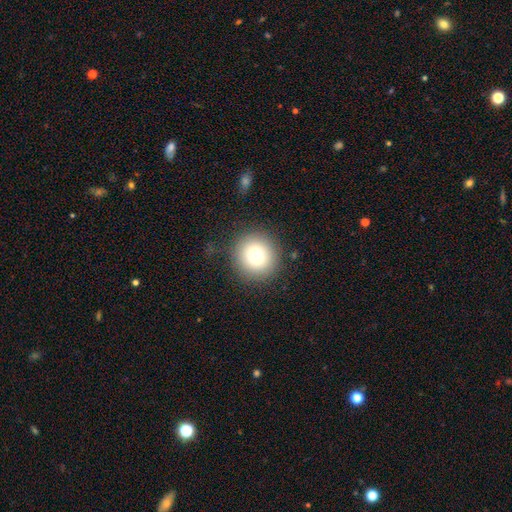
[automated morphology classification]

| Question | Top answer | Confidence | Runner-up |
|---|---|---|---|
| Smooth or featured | smooth | 76% | star or artifact (12%) |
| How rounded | round | 93% | in between (7%) |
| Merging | none | 87% | minor disturbance (8%) |